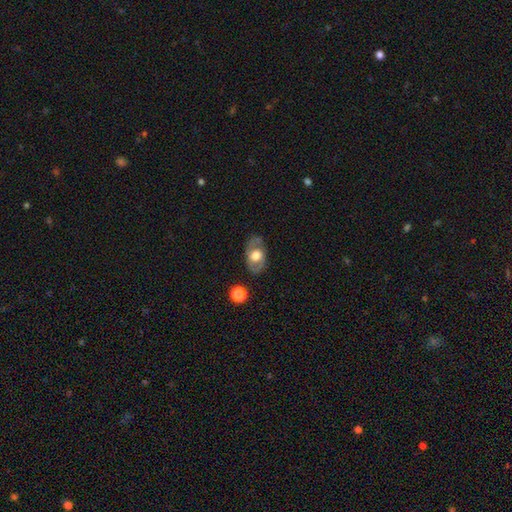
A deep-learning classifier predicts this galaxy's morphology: type=featured or disk (50%); merging=none (75%).